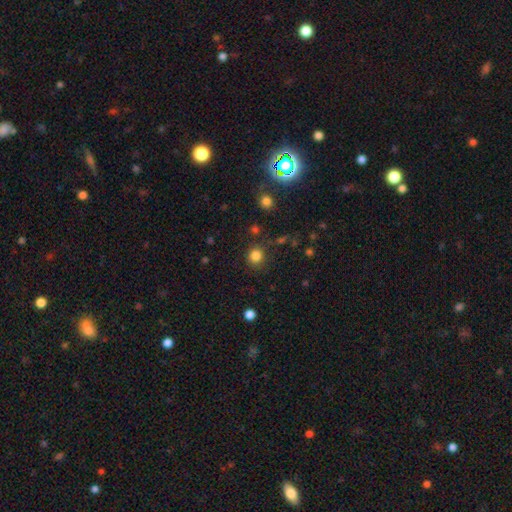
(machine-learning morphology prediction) A smooth galaxy with no disk features (83%) that is round (88%).

Vote fractions:
- Smooth or featured? smooth: 83% / star or artifact: 13% / featured or disk: 4%
- How rounded? round: 88% / in between: 11% / cigar-shaped: 1%
- Merging? none: 83% / minor disturbance: 10% / major disturbance: 4% / merger: 3%